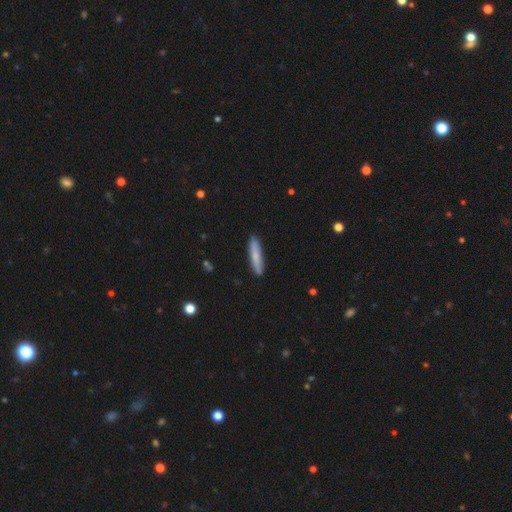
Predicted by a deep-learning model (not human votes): Q: Smooth or featured?
A: smooth (75%); runner-up: featured or disk (19%)
Q: How rounded?
A: cigar-shaped (88%); runner-up: in between (11%)
Q: Merging?
A: none (89%); runner-up: minor disturbance (9%)